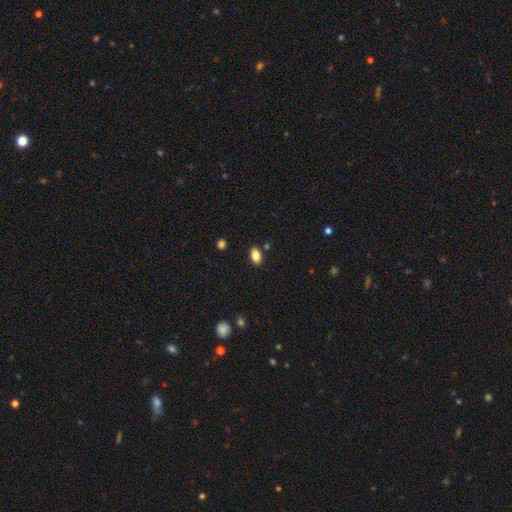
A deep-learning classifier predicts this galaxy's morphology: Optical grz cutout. It shows a smooth galaxy with no disk features (85%) that is in between round and cigar-shaped (91%). Merging: none (85%).